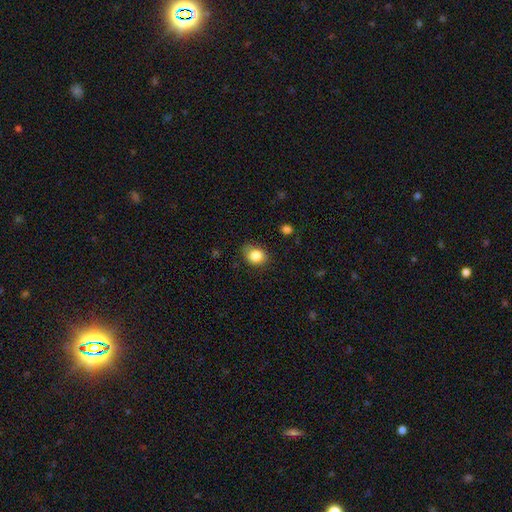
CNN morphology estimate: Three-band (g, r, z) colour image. It shows a smooth galaxy with no disk features (85%) that is round (57%). Merging: none (73%).